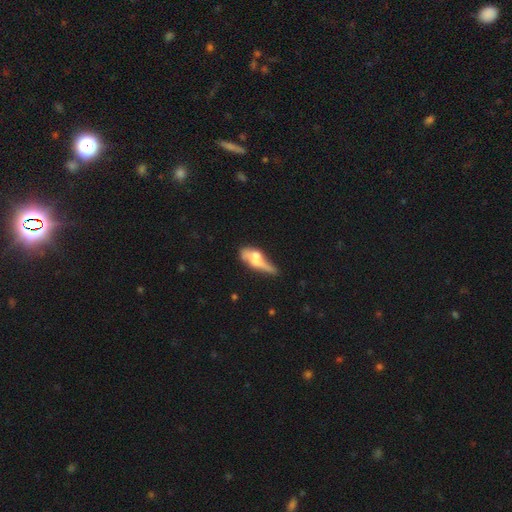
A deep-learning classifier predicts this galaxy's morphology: Q: Smooth or featured?
A: featured or disk (48%); runner-up: smooth (43%)
Q: Merging?
A: merger (31%); runner-up: major disturbance (27%)